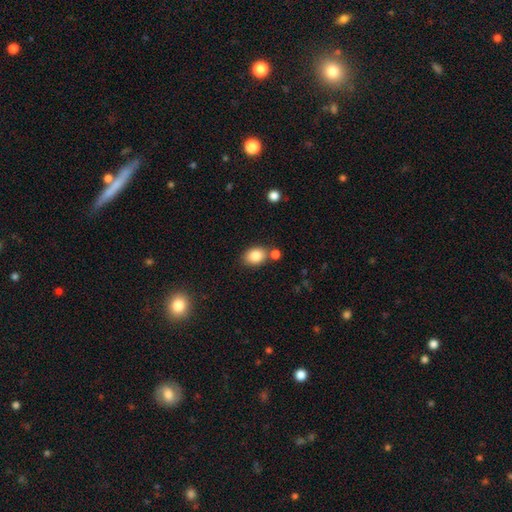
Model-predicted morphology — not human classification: This appears to be a smooth galaxy with no disk features (85%) that is in between round and cigar-shaped (69%). Merging: none (69%).